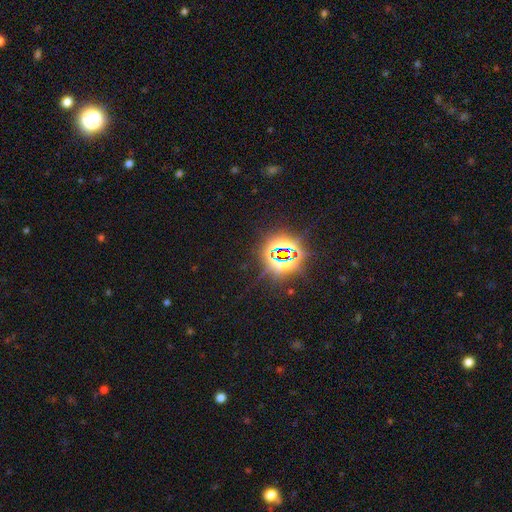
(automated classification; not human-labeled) The model was most divided on "smooth or featured": star or artifact: 83%, smooth: 11%, featured or disk: 6%.